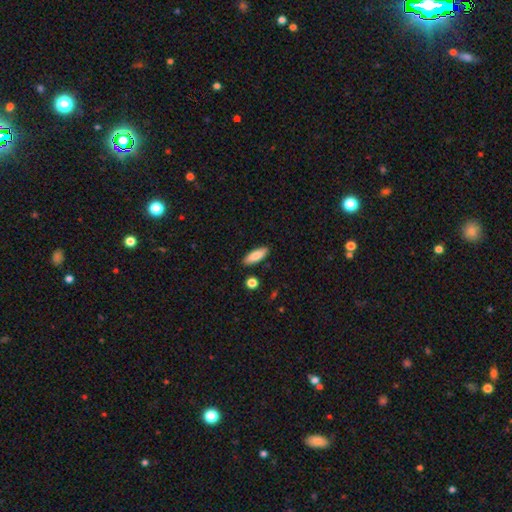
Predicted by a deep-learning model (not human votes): Smooth or featured? Predicted: smooth (p=0.82). How rounded? Predicted: in between (p=0.65). Merging? Predicted: none (p=0.87).